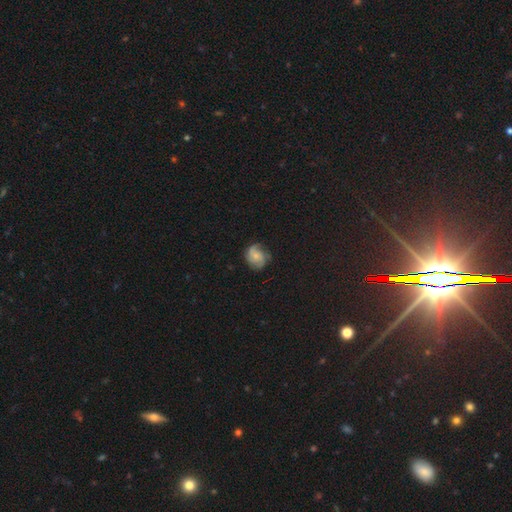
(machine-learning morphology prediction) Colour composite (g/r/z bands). It shows a featured or disk galaxy (66%) with no bar (75%), 3 (34%) medium (43%) spiral arms (94%) and a small central bulge (60%). Merging: none (68%).